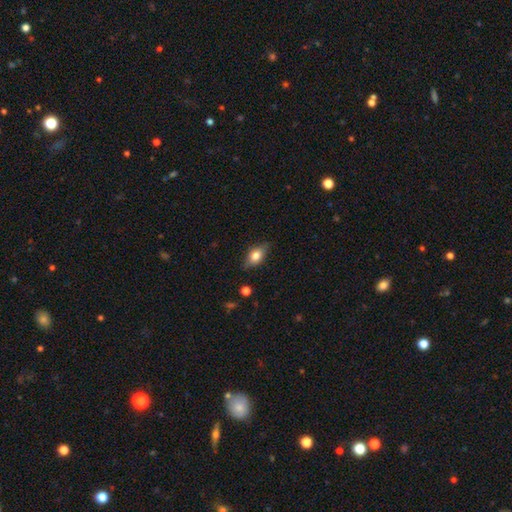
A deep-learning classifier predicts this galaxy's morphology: This is likely a smooth galaxy (76%). How rounded: clearly in between (83%). Merging: likely none (78%).